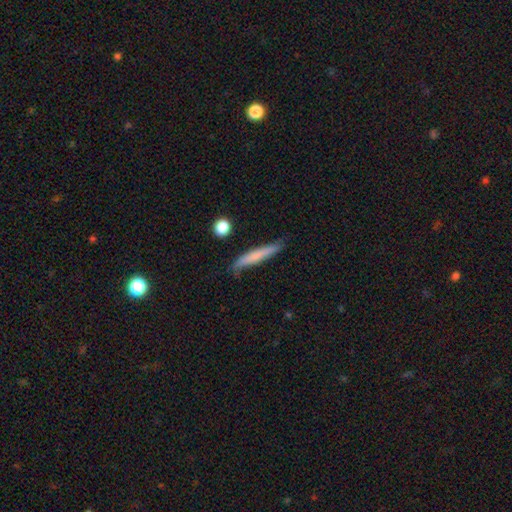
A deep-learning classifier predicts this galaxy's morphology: smooth-or-featured: smooth: 67% | featured or disk: 27% | star or artifact: 6%
  how-rounded: cigar-shaped: 94% | in between: 5% | round: 2%
  merging: none: 77% | minor disturbance: 17% | major disturbance: 3% | merger: 2%